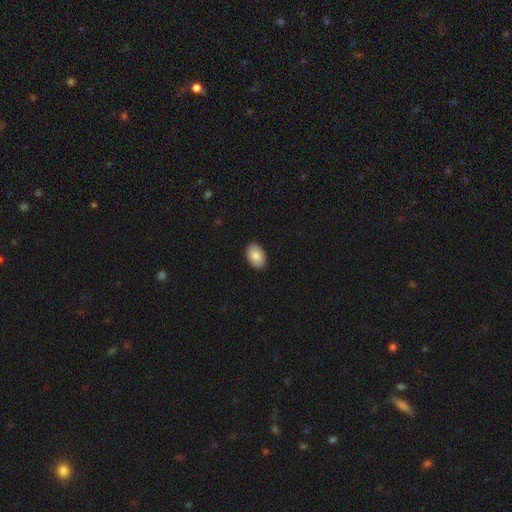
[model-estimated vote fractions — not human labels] Morphology: type=smooth (87%); roundness=in between (92%); merging=none (90%).